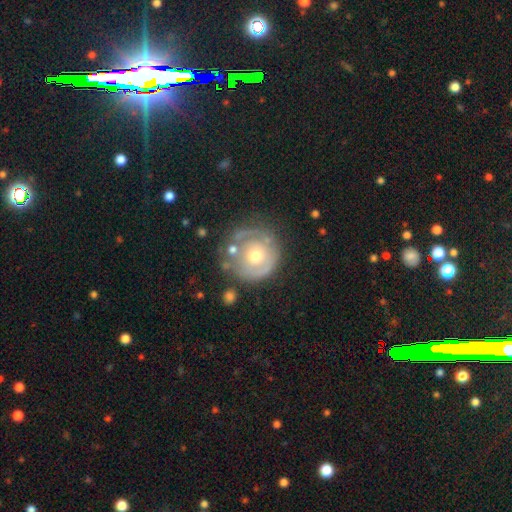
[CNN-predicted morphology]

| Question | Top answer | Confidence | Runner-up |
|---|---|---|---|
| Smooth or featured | featured or disk | 63% | smooth (30%) |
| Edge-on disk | no | 97% | yes (3%) |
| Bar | no | 86% | weak (11%) |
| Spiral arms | yes | 55% | no (45%) |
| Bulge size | moderate | 71% | small (20%) |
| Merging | none | 61% | minor disturbance (21%) |